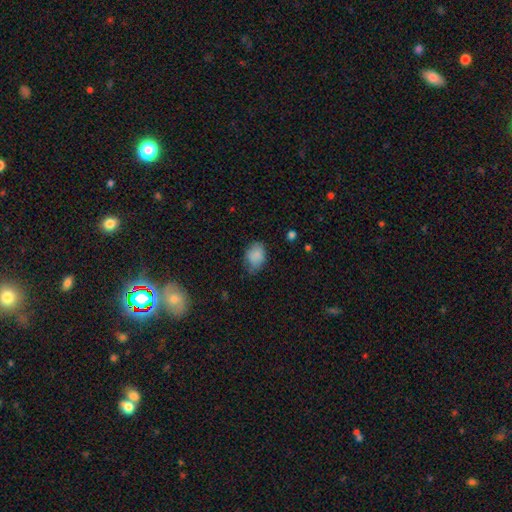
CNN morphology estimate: Q: Smooth or featured?
A: smooth (85%); runner-up: star or artifact (9%)
Q: How rounded?
A: in between (76%); runner-up: round (23%)
Q: Merging?
A: none (63%); runner-up: minor disturbance (29%)